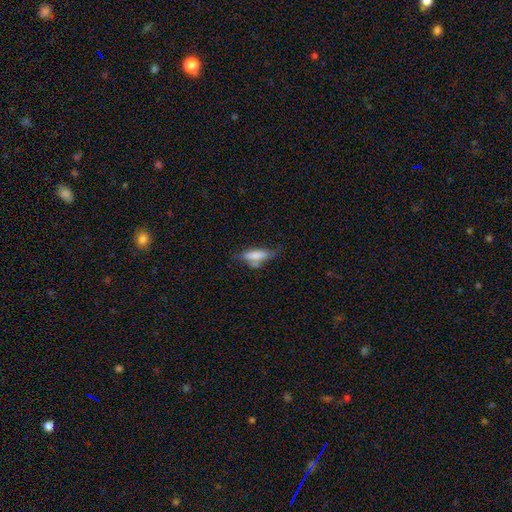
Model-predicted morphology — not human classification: The model was most divided on "how rounded": cigar-shaped: 50%, in between: 48%, round: 2%. Remaining: smooth or featured — smooth (72%); merging — none (46%).